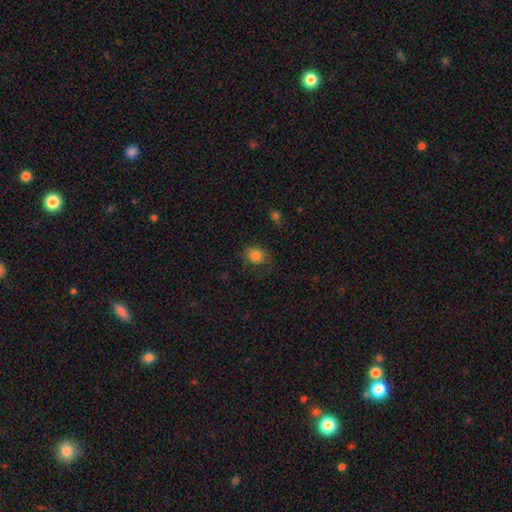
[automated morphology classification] smooth-or-featured: smooth: 83% | star or artifact: 11% | featured or disk: 6%
  how-rounded: round: 71% | in between: 28% | cigar-shaped: 1%
  merging: none: 72% | minor disturbance: 20% | major disturbance: 7% | merger: 1%